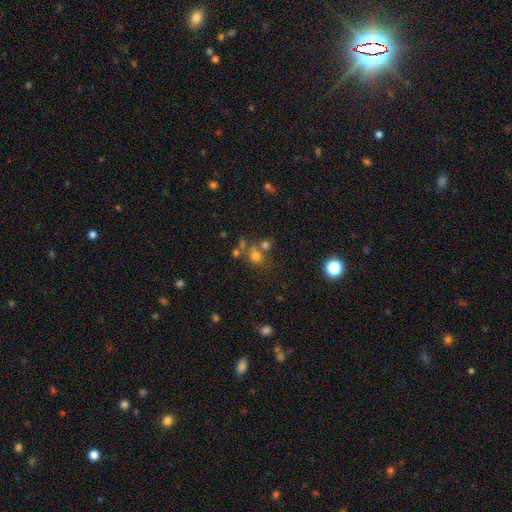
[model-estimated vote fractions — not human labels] Smooth or featured: smooth — 66% (star or artifact — 21%)
How rounded: round — 79% (in between — 20%)
Merging: none — 54% (merger — 29%)